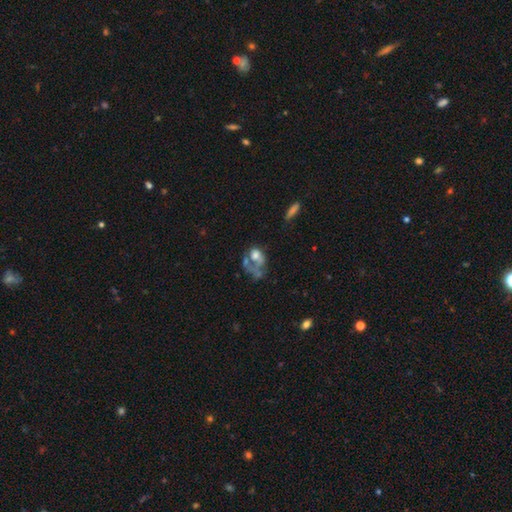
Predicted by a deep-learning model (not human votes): Smooth or featured?
  - featured or disk: 44% * (tied)
  - smooth: 44% * (tied)
  - star or artifact: 12%
Merging?
  - major disturbance: 36% *
  - merger: 31%
  - none: 21%
  - minor disturbance: 13%